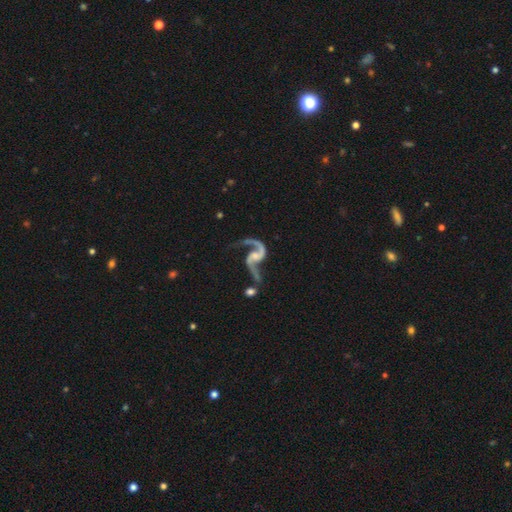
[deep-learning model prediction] smooth-or-featured: featured or disk: 92% | star or artifact: 4% | smooth: 4%
  disk-edge-on: no: 98% | yes: 2%
    bar: no: 47% | weak: 39% | strong: 15%
    has-spiral-arms: yes: 97% | no: 3%
      spiral-winding: loose: 69% | medium: 26% | tight: 4%
      spiral-arm-count: 2: 90% | 1: 5% | can't tell: 1% | 3: 1% | 4: 1% | more than 4: 1%
    bulge-size: small: 45% | moderate: 28% | none: 22% | large: 4% | dominant: 1%
  merging: none: 49% | major disturbance: 19% | minor disturbance: 18% | merger: 14%